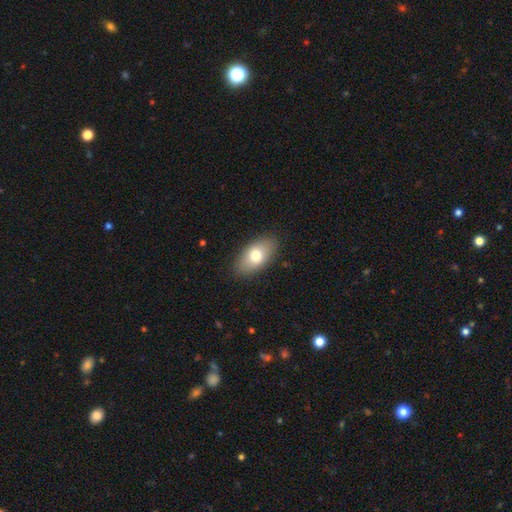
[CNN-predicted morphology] A smooth galaxy with no disk features (75%) that is in between round and cigar-shaped (92%).

Vote fractions:
- Smooth or featured? smooth: 75% / featured or disk: 18% / star or artifact: 7%
- How rounded? in between: 92% / round: 5% / cigar-shaped: 3%
- Merging? none: 87% / minor disturbance: 10% / major disturbance: 2% / merger: 1%